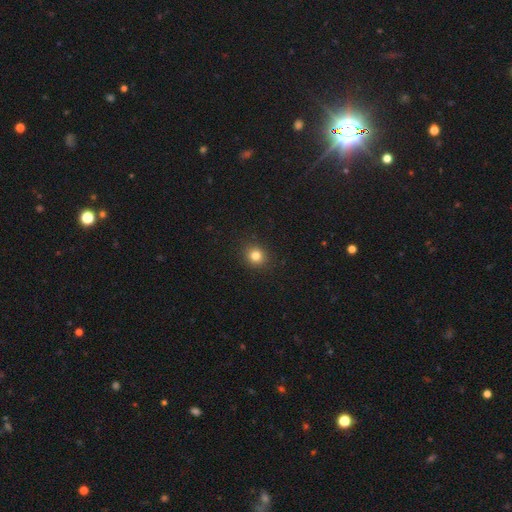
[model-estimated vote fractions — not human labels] Smooth or featured? smooth (82%)
How rounded? round (84%)
Merging? none (91%)